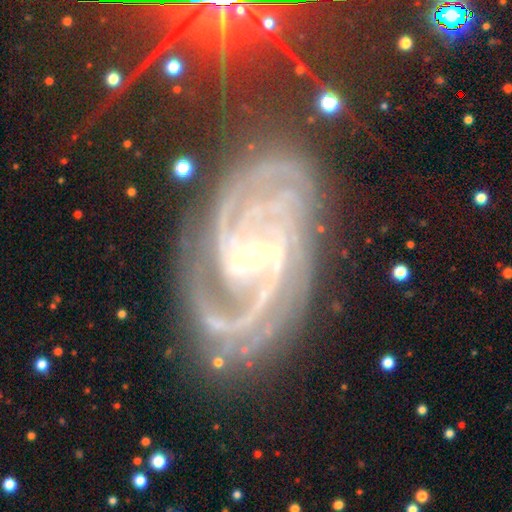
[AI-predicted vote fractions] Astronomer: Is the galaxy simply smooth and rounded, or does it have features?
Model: featured or disk — 92%.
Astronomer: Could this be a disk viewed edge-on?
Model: no — 97%.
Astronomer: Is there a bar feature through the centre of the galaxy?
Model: weak — 41% (runner-up: strong, 37%).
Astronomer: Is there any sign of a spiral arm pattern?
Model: yes — 98%.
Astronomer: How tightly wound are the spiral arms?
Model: medium — 46% (runner-up: tight, 43%).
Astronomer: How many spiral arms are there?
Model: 2 — 37% (runner-up: 3, 24%).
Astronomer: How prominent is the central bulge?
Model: small — 70%.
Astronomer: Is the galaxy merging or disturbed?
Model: none — 71%.